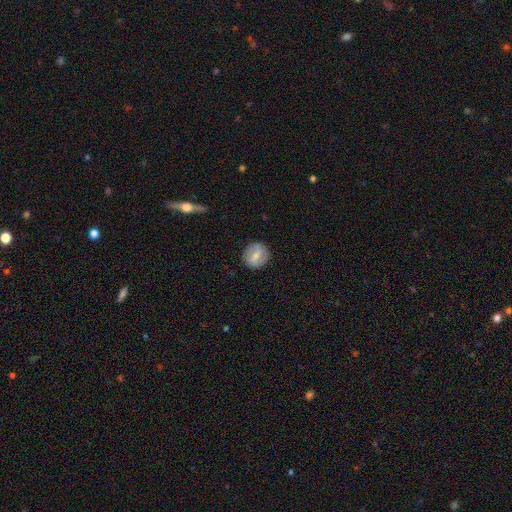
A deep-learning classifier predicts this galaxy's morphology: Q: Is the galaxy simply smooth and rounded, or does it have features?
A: smooth — 60%.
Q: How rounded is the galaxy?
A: round — 89%.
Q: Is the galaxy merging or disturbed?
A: none — 89%.